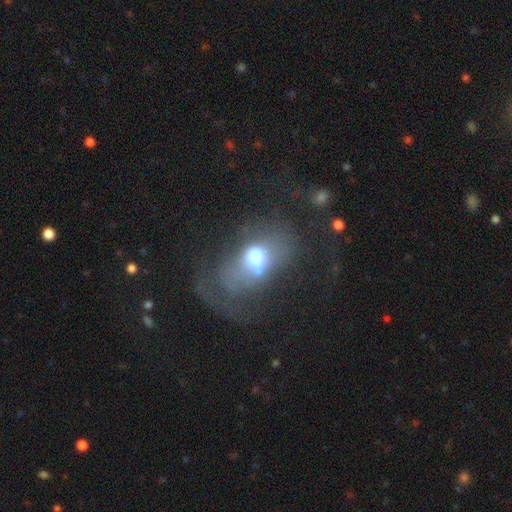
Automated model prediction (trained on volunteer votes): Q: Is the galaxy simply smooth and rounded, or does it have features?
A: smooth — 46%.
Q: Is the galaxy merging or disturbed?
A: major disturbance — 49%.